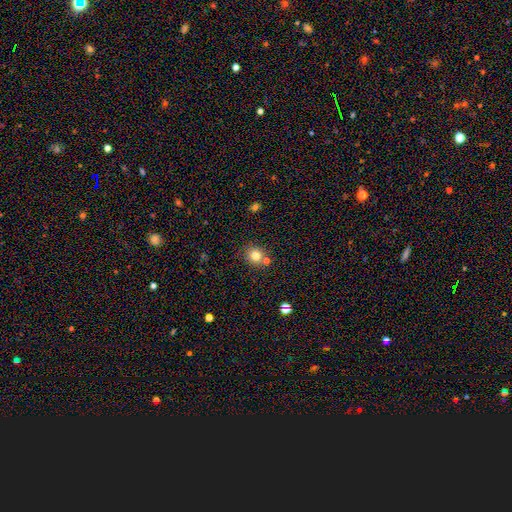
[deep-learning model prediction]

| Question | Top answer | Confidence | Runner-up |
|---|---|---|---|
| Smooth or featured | smooth | 79% | star or artifact (13%) |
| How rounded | round | 84% | in between (15%) |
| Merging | none | 73% | merger (15%) |